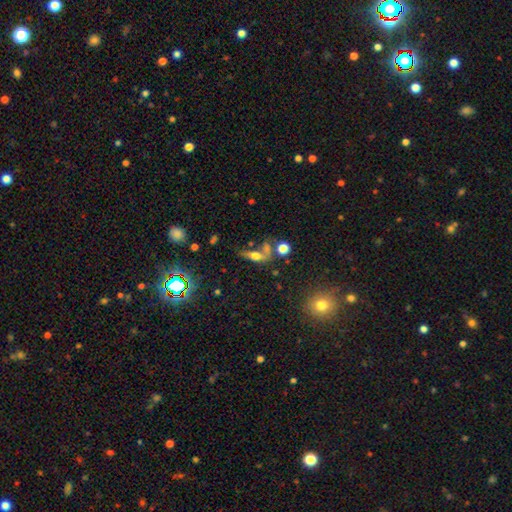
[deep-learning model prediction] The model was most divided on "merging": none: 35%, merger: 32%, major disturbance: 17%, minor disturbance: 16%. More confident: how rounded — in between (59%); smooth or featured — smooth (54%).